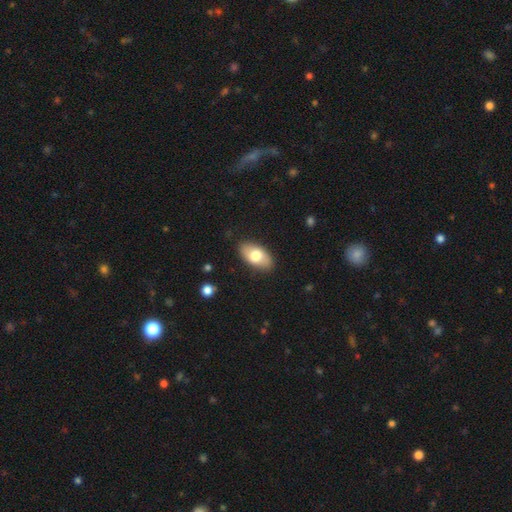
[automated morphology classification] This appears to be a smooth galaxy with no disk features (73%) that is in between round and cigar-shaped (94%). Merging: none (86%).